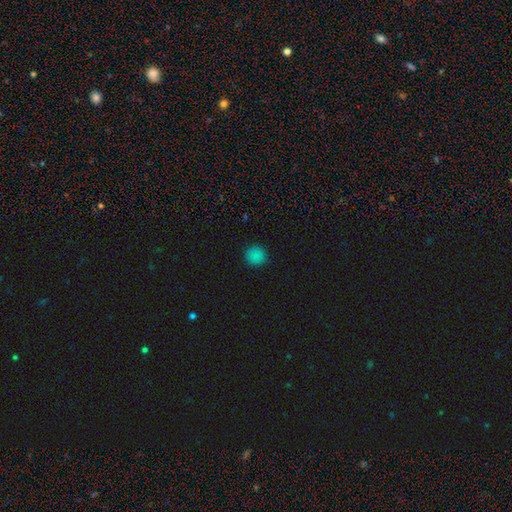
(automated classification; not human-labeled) Morphology: type=smooth (83%); roundness=round (93%); merging=none (91%).